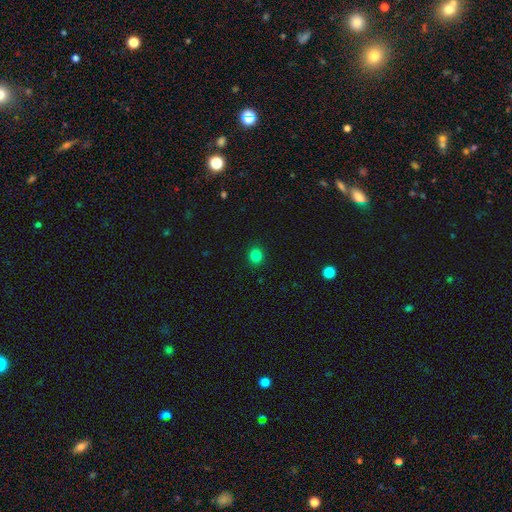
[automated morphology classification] A smooth galaxy with no disk features (83%) that is round (83%). Merging: none (91%).